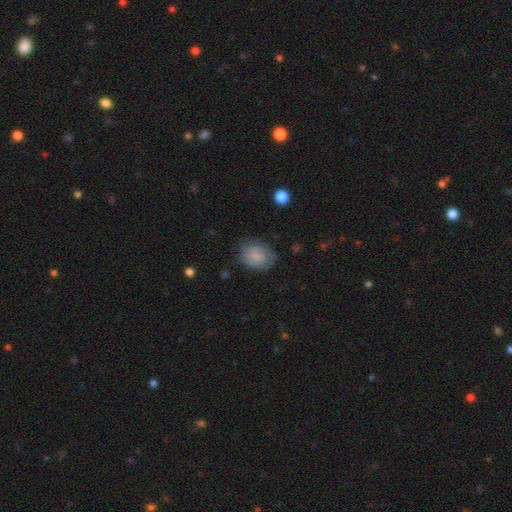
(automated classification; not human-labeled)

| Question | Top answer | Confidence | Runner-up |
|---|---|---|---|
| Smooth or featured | smooth | 77% | featured or disk (15%) |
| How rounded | in between | 53% | round (46%) |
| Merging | none | 72% | minor disturbance (21%) |